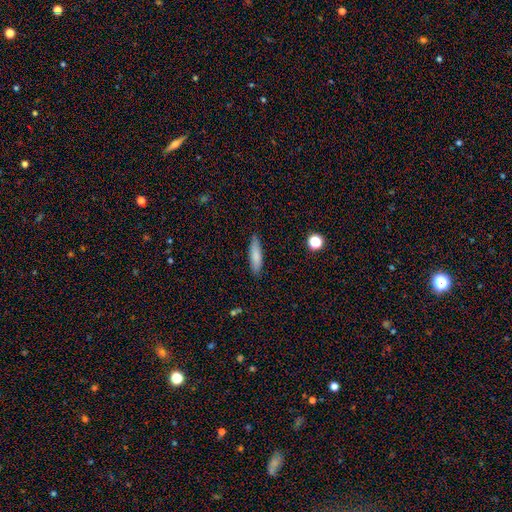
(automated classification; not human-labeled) A smooth galaxy with no disk features (81%) that is cigar-shaped (67%). Merging: none (84%).